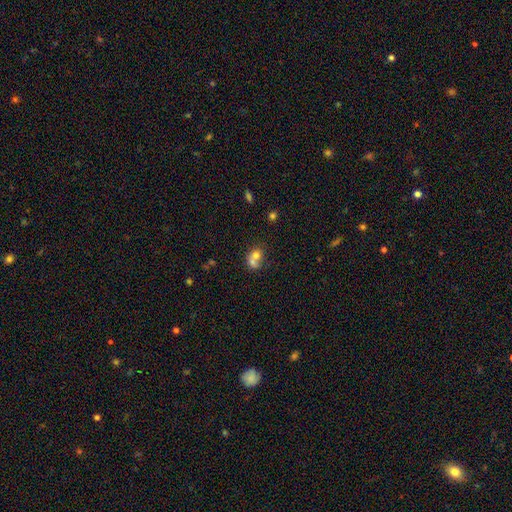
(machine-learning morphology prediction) Smooth or featured: smooth — 66% (featured or disk — 22%)
How rounded: round — 61% (in between — 38%)
Merging: merger — 69% (none — 20%)